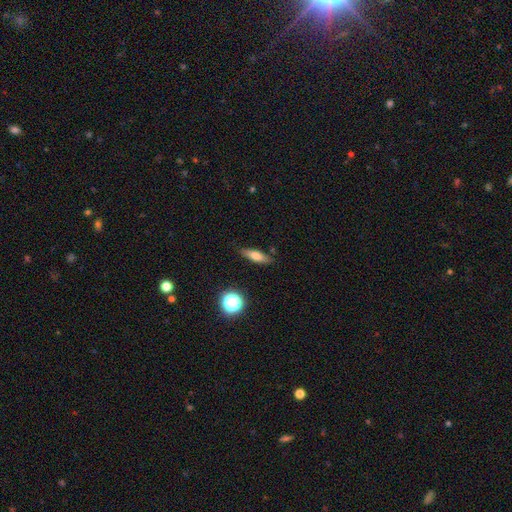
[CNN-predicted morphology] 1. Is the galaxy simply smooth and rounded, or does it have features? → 66% smooth, 25% featured or disk, 9% star or artifact.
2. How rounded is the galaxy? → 54% cigar-shaped, 41% in between, 5% round.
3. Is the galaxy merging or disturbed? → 83% none, 12% minor disturbance, 3% major disturbance, 2% merger.